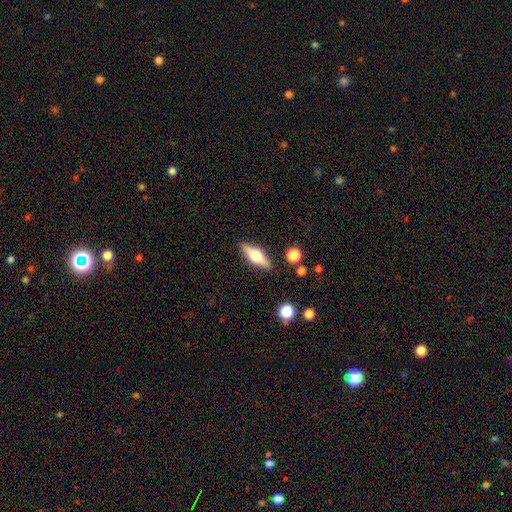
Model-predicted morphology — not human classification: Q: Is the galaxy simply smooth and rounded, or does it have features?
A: featured or disk — 49%.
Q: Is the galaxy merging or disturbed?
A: none — 87%.